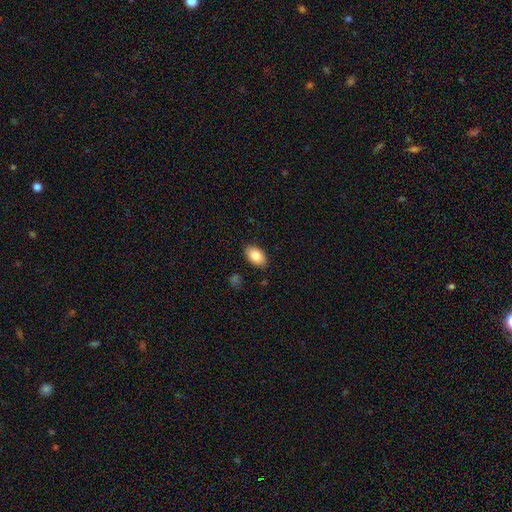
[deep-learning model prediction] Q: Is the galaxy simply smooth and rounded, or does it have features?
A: smooth — 85%.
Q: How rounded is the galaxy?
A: in between — 92%.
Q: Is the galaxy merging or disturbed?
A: none — 87%.